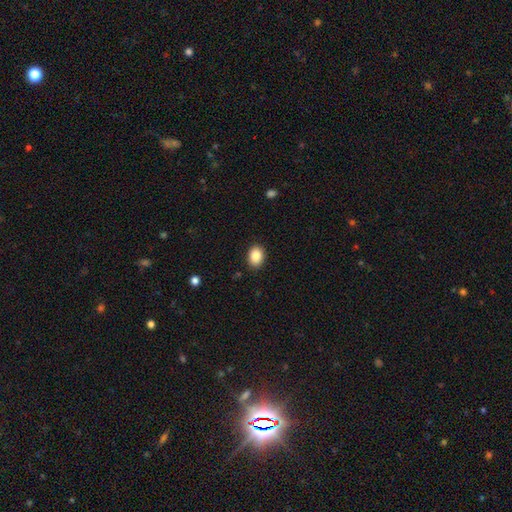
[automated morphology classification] Q: Smooth or featured?
A: smooth (88%); runner-up: star or artifact (8%)
Q: How rounded?
A: in between (71%); runner-up: round (28%)
Q: Merging?
A: none (88%); runner-up: minor disturbance (9%)